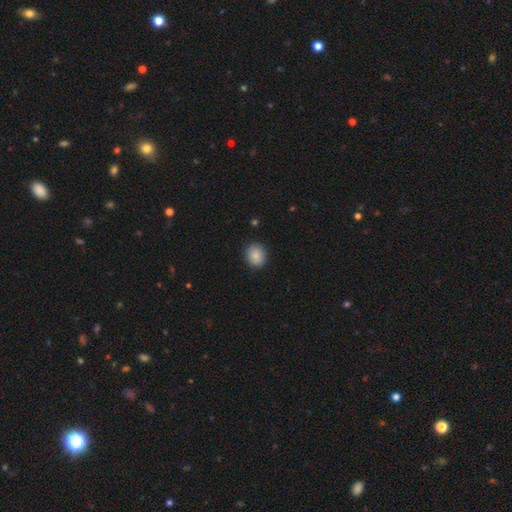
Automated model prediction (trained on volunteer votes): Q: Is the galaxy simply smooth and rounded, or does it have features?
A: smooth — 87%.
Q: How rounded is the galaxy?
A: round — 65%.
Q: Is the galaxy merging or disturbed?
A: none — 87%.